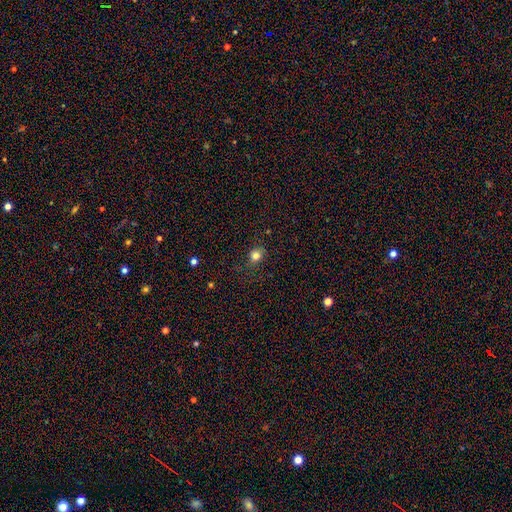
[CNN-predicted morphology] Smooth or featured: smooth — 80% (star or artifact — 13%)
How rounded: round — 72% (in between — 27%)
Merging: none — 78% (minor disturbance — 15%)